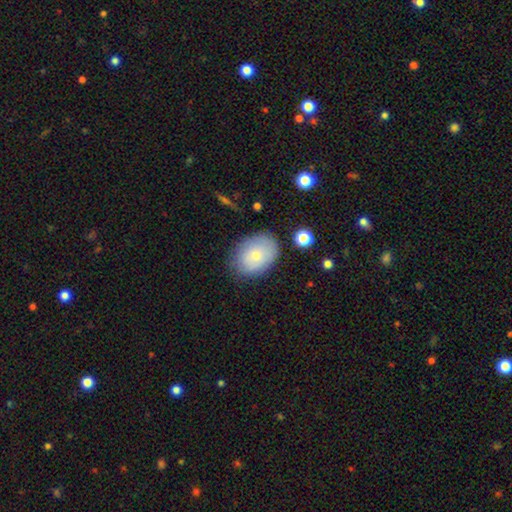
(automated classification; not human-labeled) Q: Smooth or featured?
A: smooth (69%); runner-up: featured or disk (23%)
Q: How rounded?
A: in between (71%); runner-up: round (28%)
Q: Merging?
A: none (76%); runner-up: minor disturbance (18%)